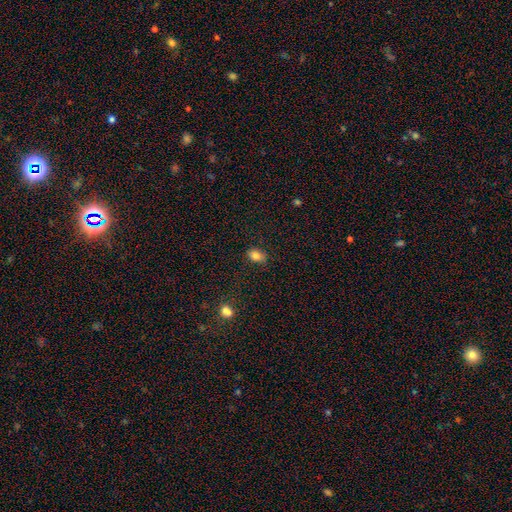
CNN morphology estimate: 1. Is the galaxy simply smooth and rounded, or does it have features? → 83% smooth, 11% star or artifact, 6% featured or disk.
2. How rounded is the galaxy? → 73% in between, 25% round, 1% cigar-shaped.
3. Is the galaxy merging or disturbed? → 80% none, 15% minor disturbance, 3% major disturbance, 2% merger.